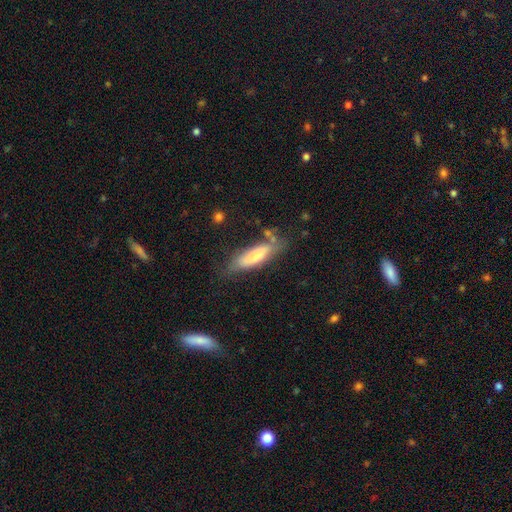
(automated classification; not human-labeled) smooth_or_featured: smooth (p=0.70) [alt: featured or disk p=0.24]
how_rounded: cigar-shaped (p=0.55) [alt: in between p=0.43]
merging: none (p=0.58) [alt: minor disturbance p=0.26]